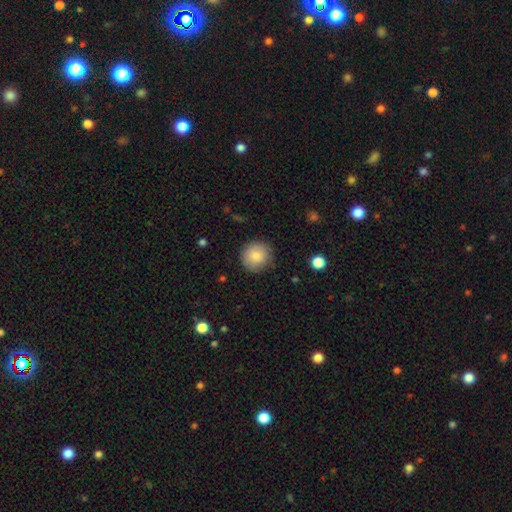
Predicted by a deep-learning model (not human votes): This appears to be a smooth galaxy with no disk features (83%) that is round (94%). Merging: none (84%).